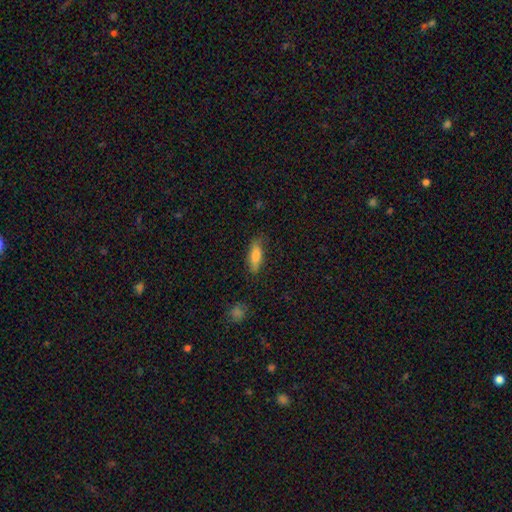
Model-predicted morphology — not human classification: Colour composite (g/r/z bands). It shows a smooth galaxy with no disk features (83%) that is in between round and cigar-shaped (59%). Merging: none (78%).